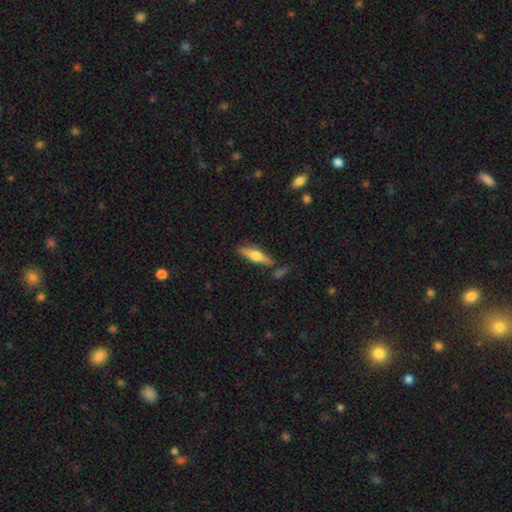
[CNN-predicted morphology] featured or disk 53%, smooth 41%, star or artifact 6%. Down the decision tree: edge-on disk — yes (94%); merging — none (79%).